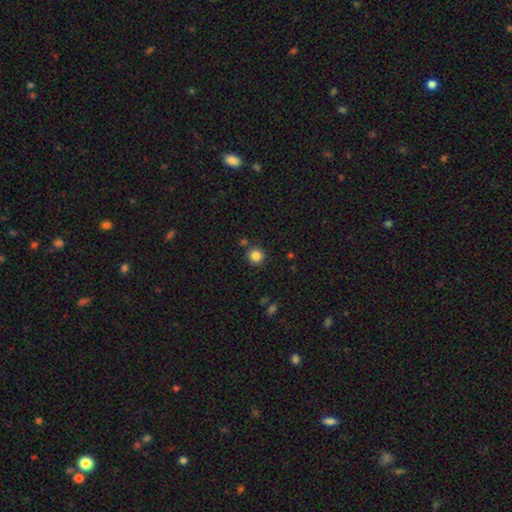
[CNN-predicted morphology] smooth_or_featured: smooth (p=0.85) [alt: star or artifact p=0.11]
how_rounded: round (p=0.94) [alt: in between p=0.05]
merging: none (p=0.86) [alt: minor disturbance p=0.07]